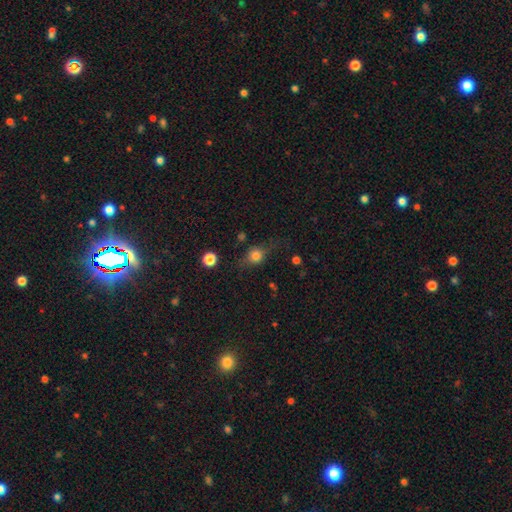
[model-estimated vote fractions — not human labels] A smooth galaxy with no disk features (69%) that is round (63%). Merging: none (63%).